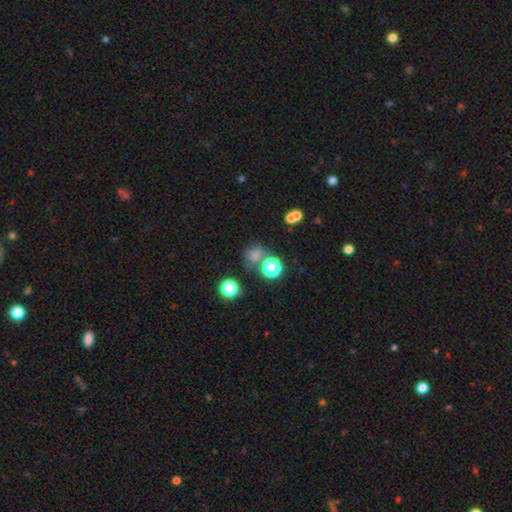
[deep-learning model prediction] smooth 66%, star or artifact 25%, featured or disk 9%. Down the decision tree: how rounded — round (78%); merging — none (56%).